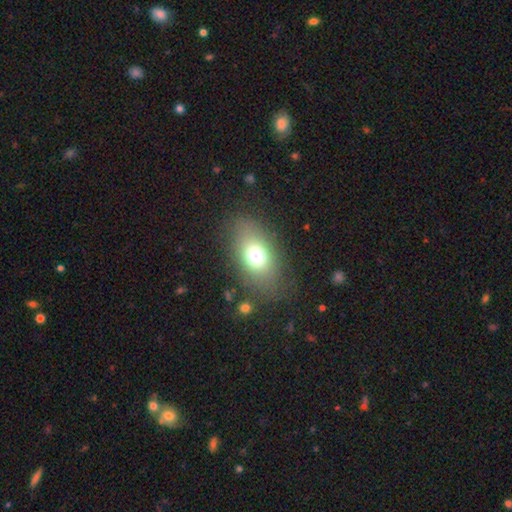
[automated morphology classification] This is likely a smooth galaxy (71%). How rounded: likely in between (79%). Merging: likely none (77%).